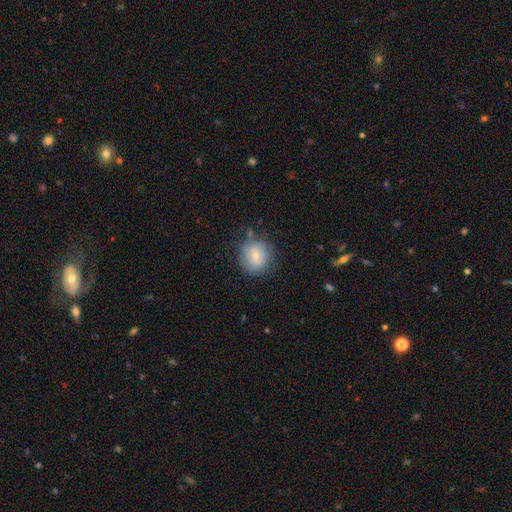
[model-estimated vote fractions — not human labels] smooth 72%, featured or disk 19%, star or artifact 9%. Down the decision tree: how rounded — round (86%); merging — none (74%).